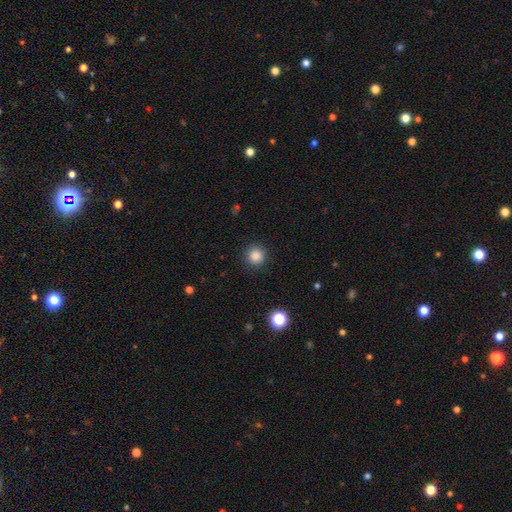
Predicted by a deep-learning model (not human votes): This appears to be a smooth galaxy with no disk features (85%) that is round (94%). Merging: none (90%).